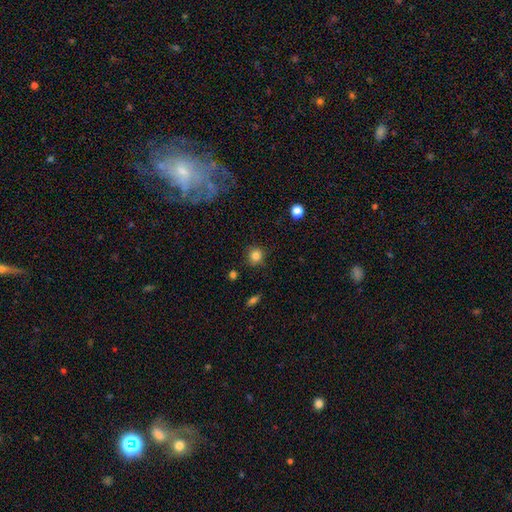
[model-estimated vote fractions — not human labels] Q: Smooth or featured?
A: smooth (83%); runner-up: star or artifact (11%)
Q: How rounded?
A: round (89%); runner-up: in between (10%)
Q: Merging?
A: none (86%); runner-up: minor disturbance (10%)